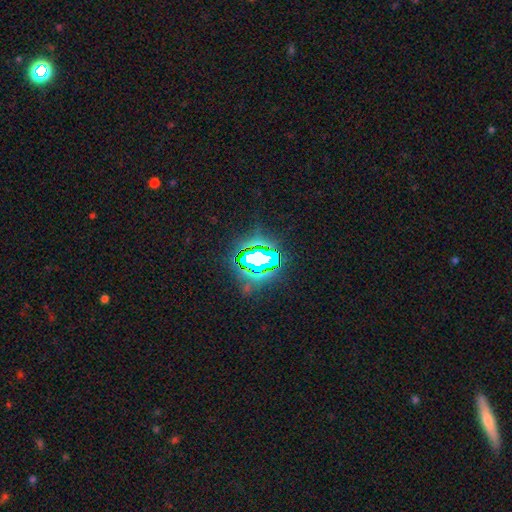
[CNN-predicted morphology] type=star or artifact (71%).